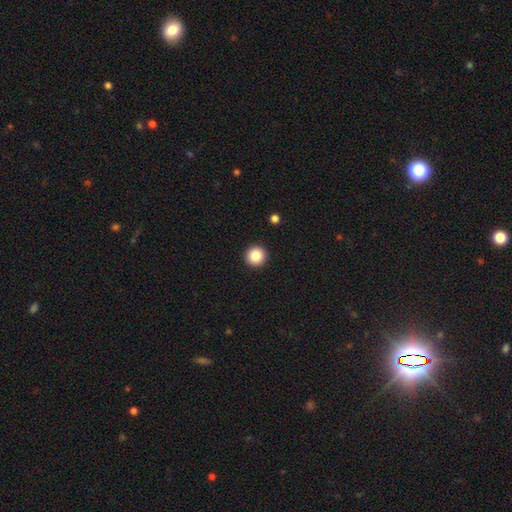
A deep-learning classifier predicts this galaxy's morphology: Smooth or featured: smooth — 86% (star or artifact — 9%)
How rounded: round — 96% (in between — 3%)
Merging: none — 94% (minor disturbance — 4%)